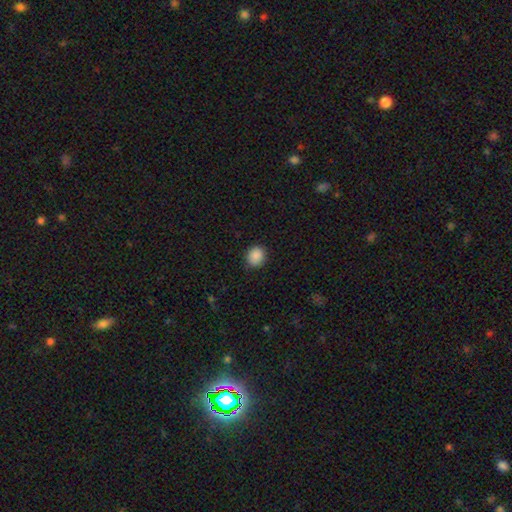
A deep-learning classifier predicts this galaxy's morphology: The model was most divided on "how rounded": round: 82%, in between: 18%, cigar-shaped: 1%. More confident: smooth or featured — smooth (89%); merging — none (88%).